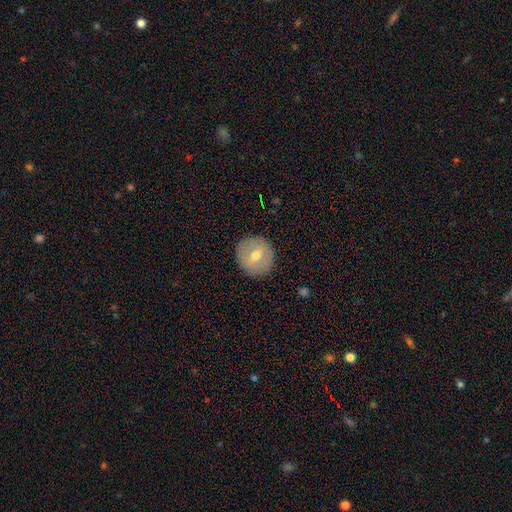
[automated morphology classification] Q: Smooth or featured?
A: smooth (57%); runner-up: featured or disk (35%)
Q: How rounded?
A: round (91%); runner-up: in between (8%)
Q: Merging?
A: none (89%); runner-up: minor disturbance (8%)